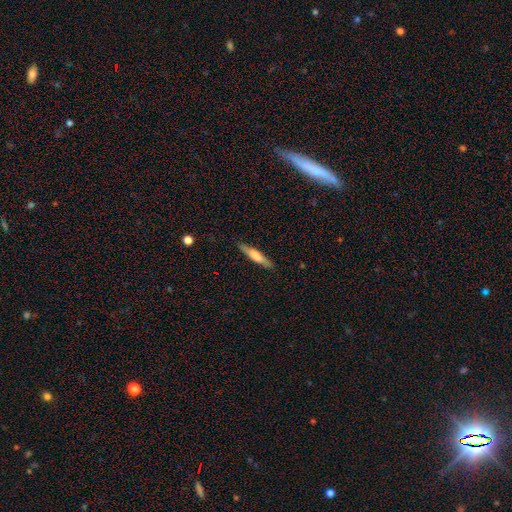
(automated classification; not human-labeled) smooth-or-featured: smooth: 61% | featured or disk: 33% | star or artifact: 5%
  how-rounded: cigar-shaped: 86% | in between: 12% | round: 1%
  merging: none: 87% | minor disturbance: 10% | major disturbance: 2% | merger: 1%